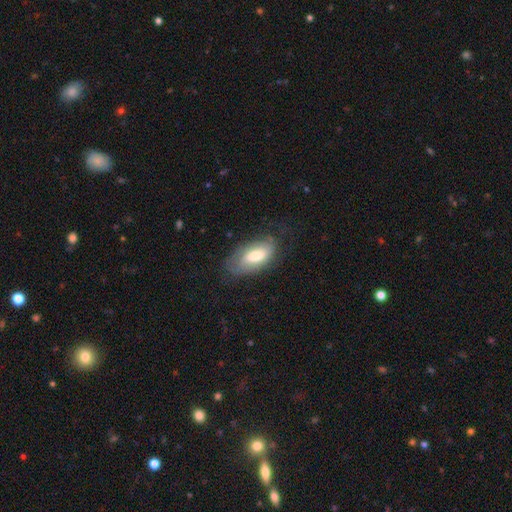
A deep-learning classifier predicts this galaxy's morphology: smooth_or_featured: smooth (p=0.61) [alt: featured or disk p=0.32]
how_rounded: in between (p=0.89) [alt: cigar-shaped p=0.08]
merging: none (p=0.63) [alt: minor disturbance p=0.25]